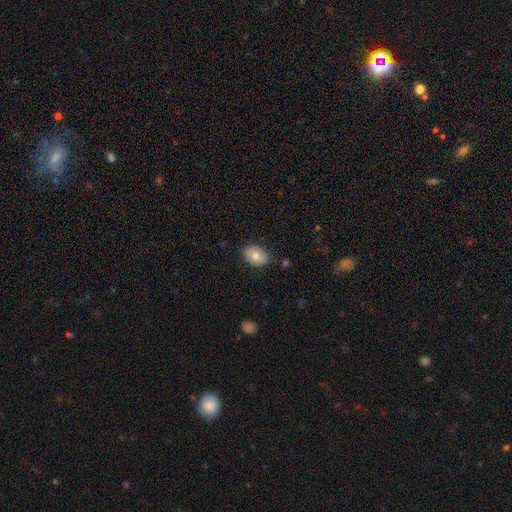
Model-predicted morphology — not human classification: This is likely a smooth galaxy (74%). How rounded: likely in between (74%). Merging: clearly none (82%).